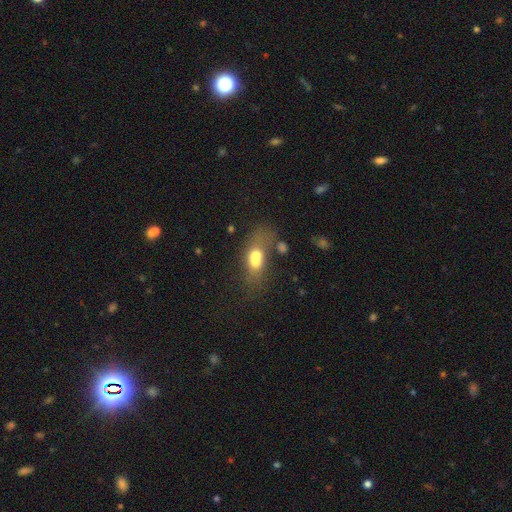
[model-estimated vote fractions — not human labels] Morphology: type=smooth (61%); roundness=in between (73%); merging=merger (51%).